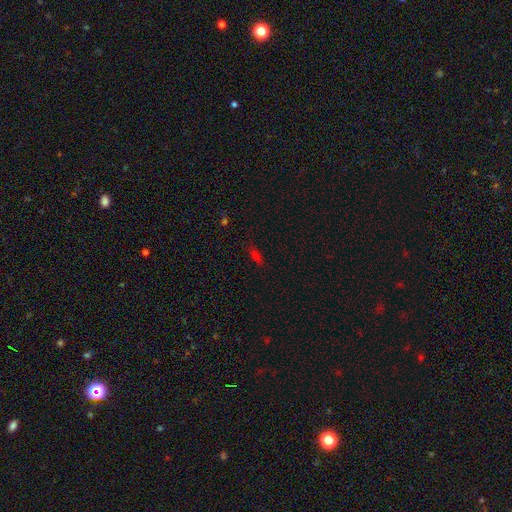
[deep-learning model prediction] The model was most divided on "how rounded": in between: 55%, cigar-shaped: 40%, round: 5%. More confident: merging — none (79%); smooth or featured — smooth (69%).